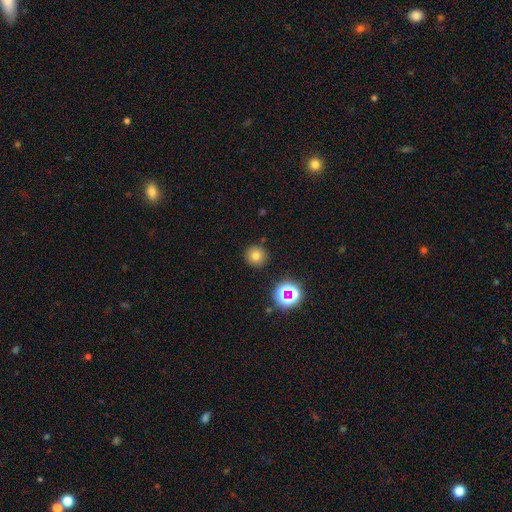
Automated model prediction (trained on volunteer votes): Q: Smooth or featured?
A: smooth (72%); runner-up: star or artifact (19%)
Q: How rounded?
A: round (95%); runner-up: in between (4%)
Q: Merging?
A: none (88%); runner-up: minor disturbance (7%)